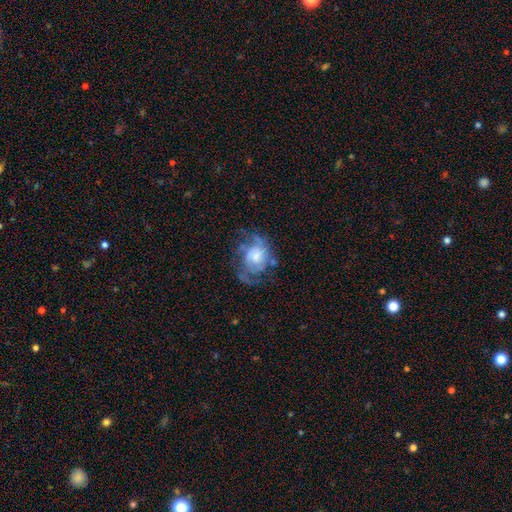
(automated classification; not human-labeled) Smooth or featured? Predicted: featured or disk (p=0.71). Edge-on disk? Predicted: no (p=0.97). Bar? Predicted: no (p=0.72). Spiral arms? Predicted: yes (p=0.85). Spiral winding? Predicted: medium (p=0.45). Spiral arm count? Predicted: 2 (p=0.38). Bulge size? Predicted: moderate (p=0.39). Merging? Predicted: none (p=0.48).